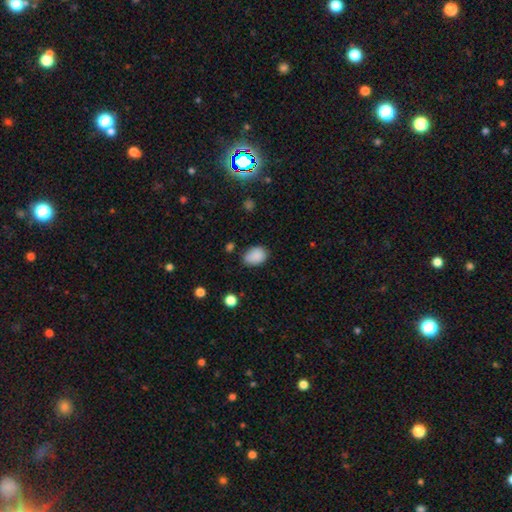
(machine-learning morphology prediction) Smooth or featured? smooth (87%)
How rounded? in between (77%)
Merging? none (71%)